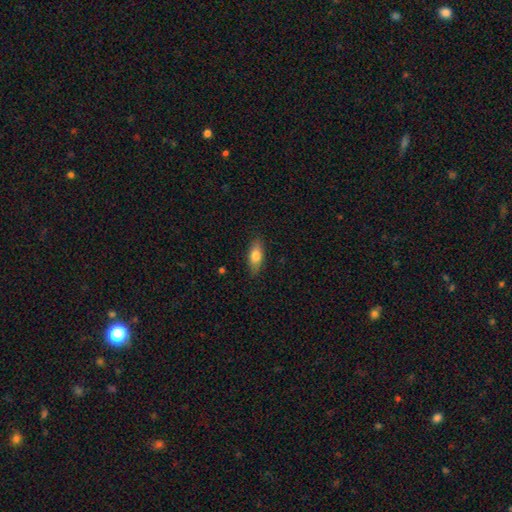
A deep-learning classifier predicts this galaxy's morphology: smooth-or-featured: smooth: 75% | featured or disk: 19% | star or artifact: 7%
  how-rounded: in between: 75% | cigar-shaped: 21% | round: 4%
  merging: none: 86% | minor disturbance: 11% | major disturbance: 2% | merger: 1%